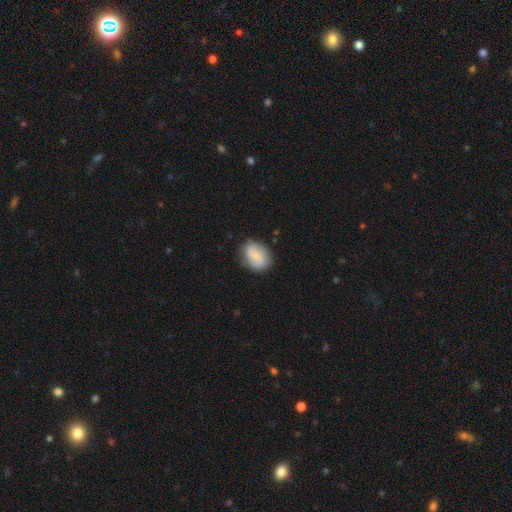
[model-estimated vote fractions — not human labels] smooth-or-featured: smooth: 62% | featured or disk: 31% | star or artifact: 7%
  how-rounded: in between: 66% | round: 33% | cigar-shaped: 1%
  merging: none: 77% | minor disturbance: 17% | major disturbance: 4% | merger: 2%